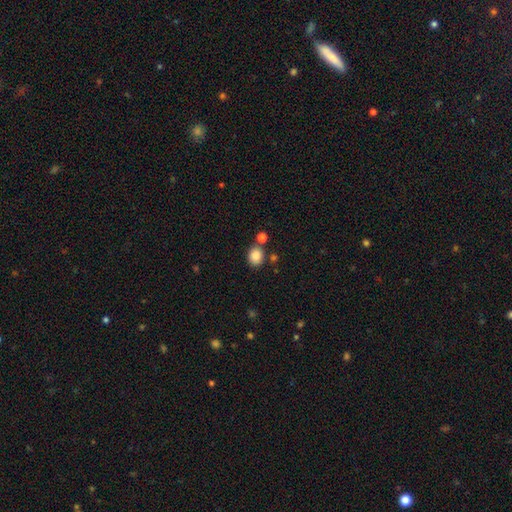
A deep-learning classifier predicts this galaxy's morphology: smooth_or_featured: smooth (p=0.87) [alt: star or artifact p=0.09]
how_rounded: round (p=0.58) [alt: in between p=0.42]
merging: none (p=0.73) [alt: merger p=0.12]